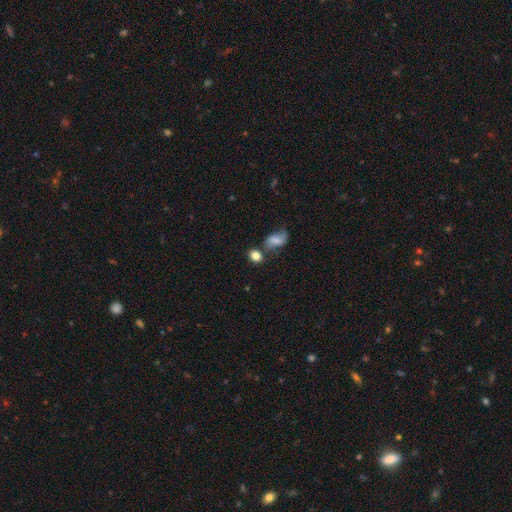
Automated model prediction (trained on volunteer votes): Smooth or featured? Predicted: smooth (p=0.80). How rounded? Predicted: round (p=0.53). Merging? Predicted: none (p=0.56).